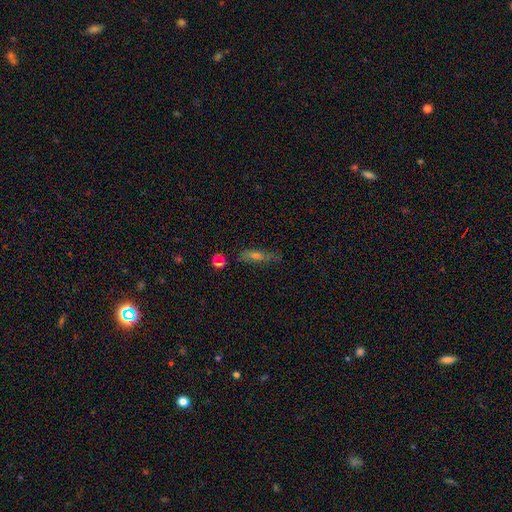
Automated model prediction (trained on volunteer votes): Q: Smooth or featured?
A: smooth (43%); runner-up: featured or disk (42%)
Q: Merging?
A: none (69%); runner-up: minor disturbance (20%)